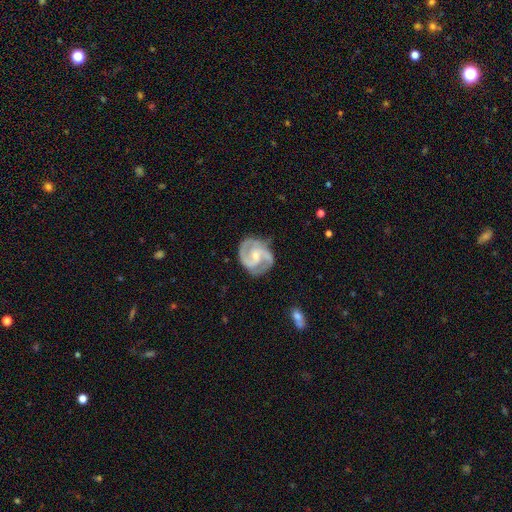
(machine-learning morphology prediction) smooth-or-featured: featured or disk: 89% | smooth: 7% | star or artifact: 4%
  disk-edge-on: no: 98% | yes: 2%
    bar: weak: 45% | no: 40% | strong: 15%
    has-spiral-arms: yes: 97% | no: 3%
      spiral-winding: medium: 57% | tight: 30% | loose: 13%
      spiral-arm-count: 2: 84% | 3: 8% | can't tell: 4% | 1: 2% | 4: 1% | more than 4: 1%
    bulge-size: small: 56% | moderate: 39% | none: 3% | large: 1% | dominant: 1%
  merging: none: 72% | minor disturbance: 20% | major disturbance: 7% | merger: 2%